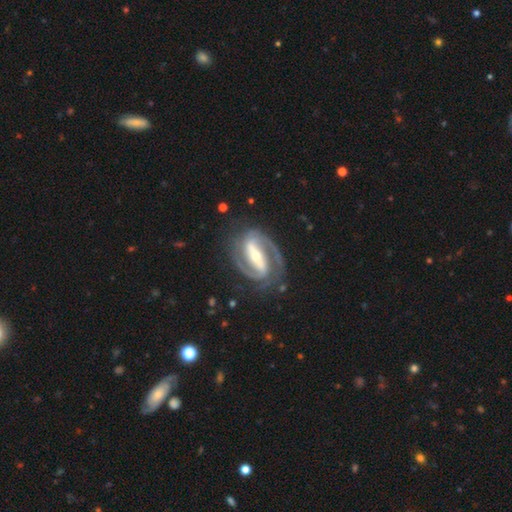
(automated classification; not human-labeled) Smooth or featured? Predicted: featured or disk (p=0.91). Edge-on disk? Predicted: no (p=0.95). Bar? Predicted: strong (p=0.66). Spiral arms? Predicted: yes (p=0.97). Spiral winding? Predicted: medium (p=0.49). Spiral arm count? Predicted: 2 (p=0.90). Bulge size? Predicted: moderate (p=0.49). Merging? Predicted: none (p=0.80).